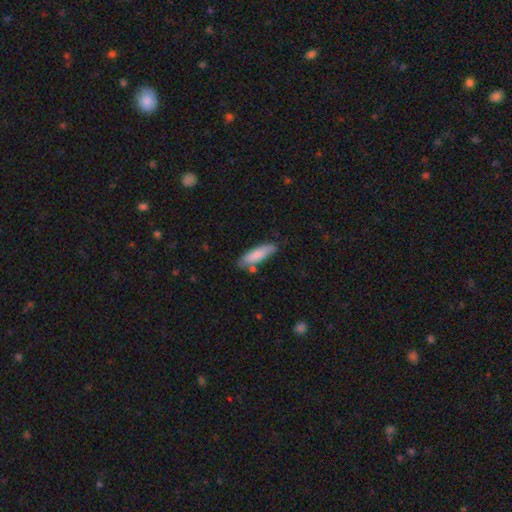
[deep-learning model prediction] This appears to be a smooth galaxy with no disk features (81%) that is cigar-shaped (53%). Merging: none (74%).